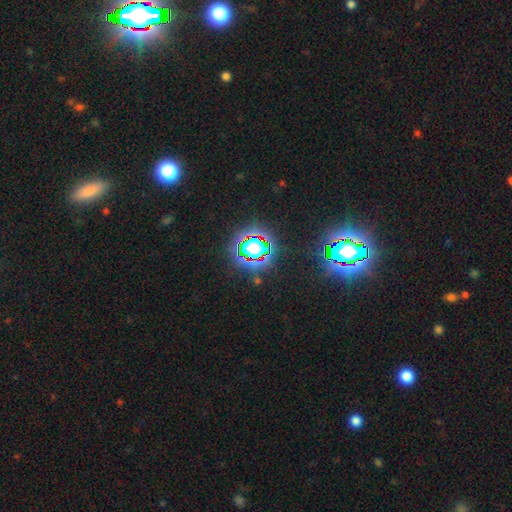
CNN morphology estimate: Smooth or featured?
  - star or artifact: 79% *
  - smooth: 13%
  - featured or disk: 7%